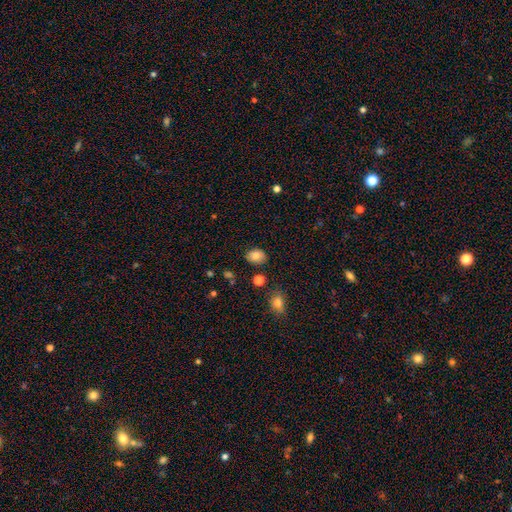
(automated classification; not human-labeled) The model was most divided on "how rounded": in between: 61%, round: 38%, cigar-shaped: 1%. More confident: merging — none (84%); smooth or featured — smooth (82%).